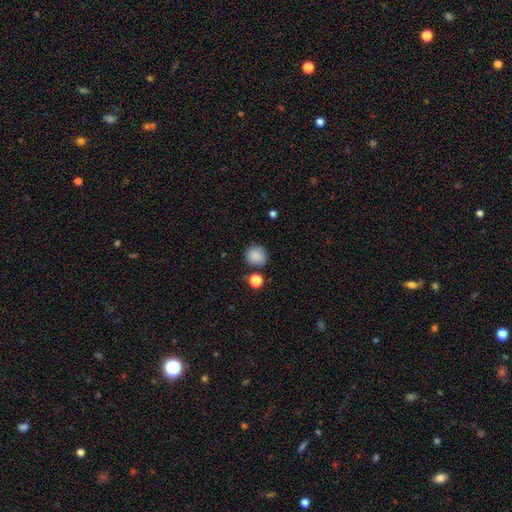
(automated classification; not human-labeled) Smooth or featured? Predicted: smooth (p=0.86). How rounded? Predicted: round (p=0.89). Merging? Predicted: none (p=0.77).